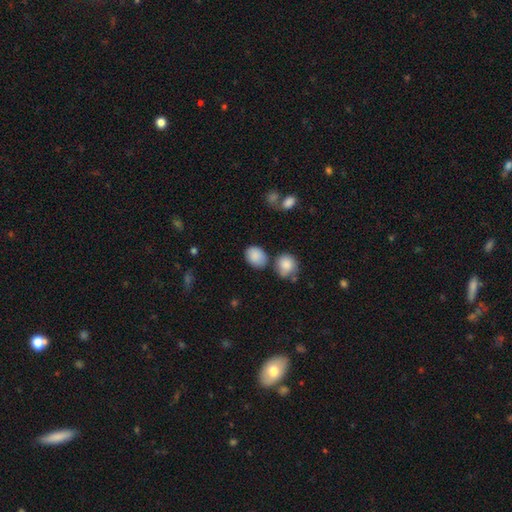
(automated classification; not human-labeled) Overall: smooth (87%). How rounded: in between (63%; round 36%). Merging: none (69%).